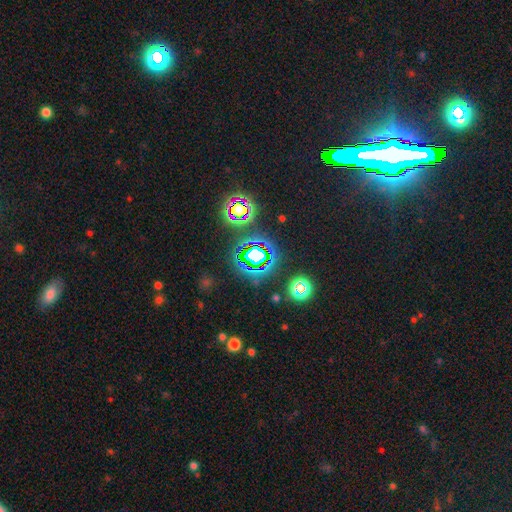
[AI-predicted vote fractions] The model was most divided on "smooth or featured": star or artifact: 68%, smooth: 18%, featured or disk: 14%.